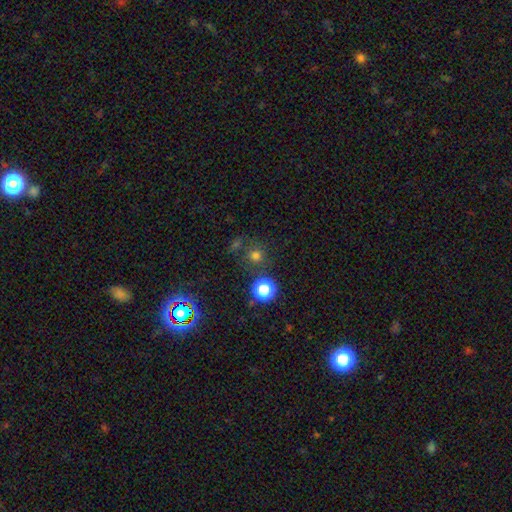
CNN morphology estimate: smooth_or_featured: smooth (p=0.66) [alt: star or artifact p=0.27]
how_rounded: round (p=0.90) [alt: in between p=0.09]
merging: none (p=0.71) [alt: minor disturbance p=0.12]